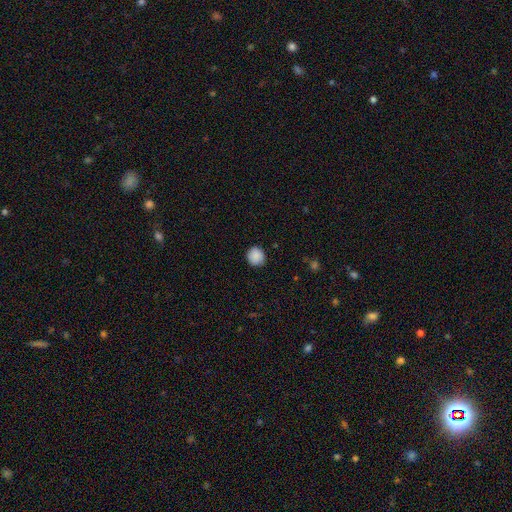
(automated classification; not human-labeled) smooth-or-featured: smooth: 88% | star or artifact: 8% | featured or disk: 4%
  how-rounded: round: 91% | in between: 8% | cigar-shaped: 1%
  merging: none: 87% | minor disturbance: 10% | major disturbance: 2% | merger: 1%